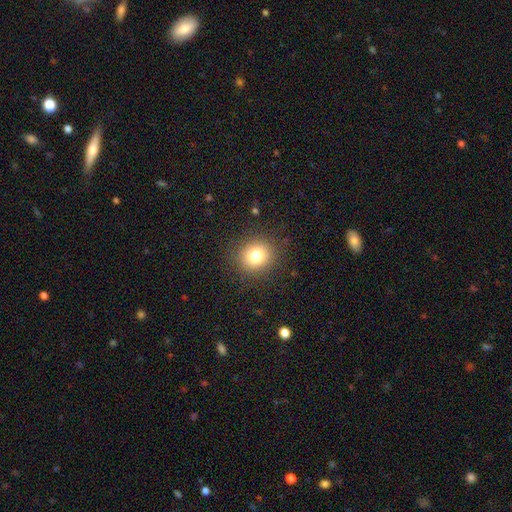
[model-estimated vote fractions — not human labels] This appears to be a smooth galaxy with no disk features (79%) that is round (83%). Merging: none (88%).